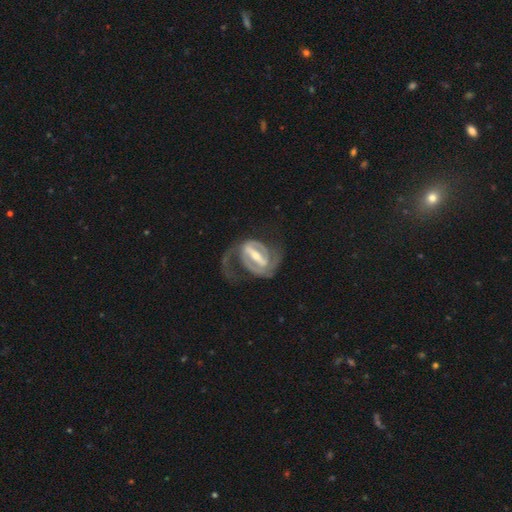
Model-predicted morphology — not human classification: smooth-or-featured: featured or disk: 90% | smooth: 6% | star or artifact: 4%
  disk-edge-on: no: 95% | yes: 5%
    bar: strong: 78% | weak: 17% | no: 5%
    has-spiral-arms: yes: 91% | no: 9%
      spiral-winding: medium: 43% | tight: 36% | loose: 21%
      spiral-arm-count: 2: 82% | 1: 9% | can't tell: 5% | 3: 2% | 4: 1% | more than 4: 1%
    bulge-size: moderate: 49% | small: 40% | large: 7% | none: 4% | dominant: 1%
  merging: none: 48% | major disturbance: 33% | minor disturbance: 16% | merger: 3%